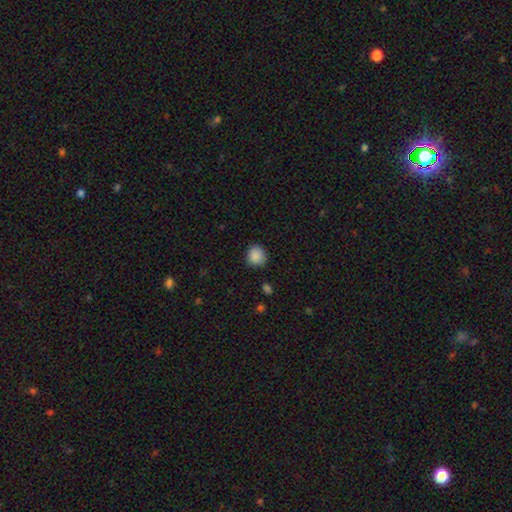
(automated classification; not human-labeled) smooth 88%, star or artifact 9%, featured or disk 3%. Down the decision tree: how rounded — round (85%); merging — none (84%).